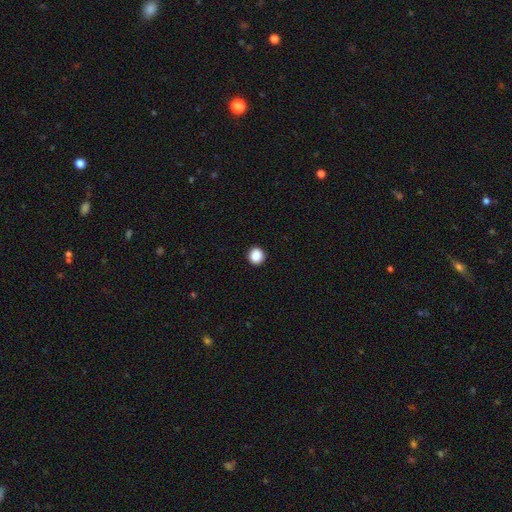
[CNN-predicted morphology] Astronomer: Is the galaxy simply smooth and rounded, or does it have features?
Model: smooth — 88%.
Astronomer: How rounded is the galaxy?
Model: round — 92%.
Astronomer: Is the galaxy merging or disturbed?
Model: none — 93%.